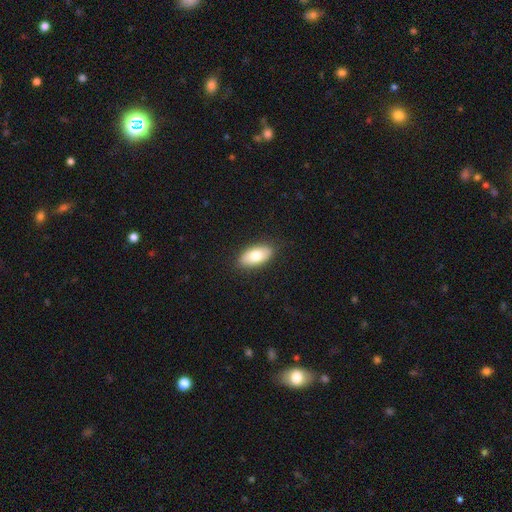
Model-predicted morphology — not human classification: Smooth or featured? smooth (76%)
How rounded? in between (92%)
Merging? none (87%)